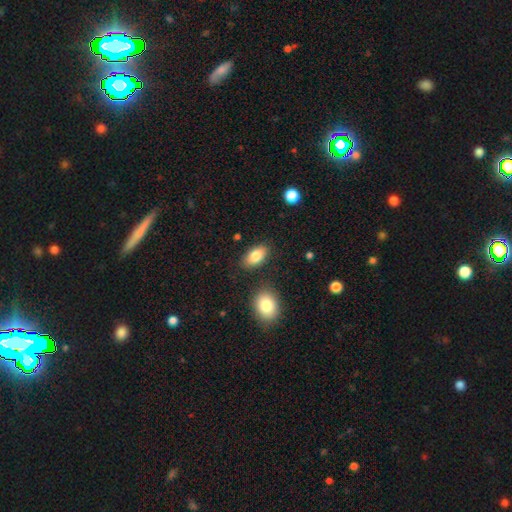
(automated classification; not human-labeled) Smooth or featured: smooth — 83% (featured or disk — 9%)
How rounded: in between — 93% (round — 4%)
Merging: none — 82% (minor disturbance — 11%)